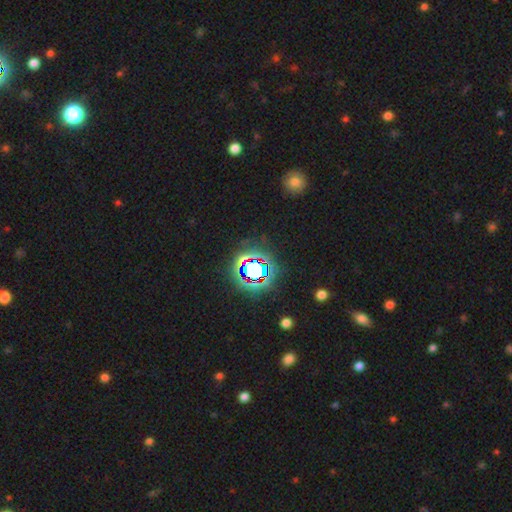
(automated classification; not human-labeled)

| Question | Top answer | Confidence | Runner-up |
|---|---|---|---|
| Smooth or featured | star or artifact | 79% | smooth (13%) |